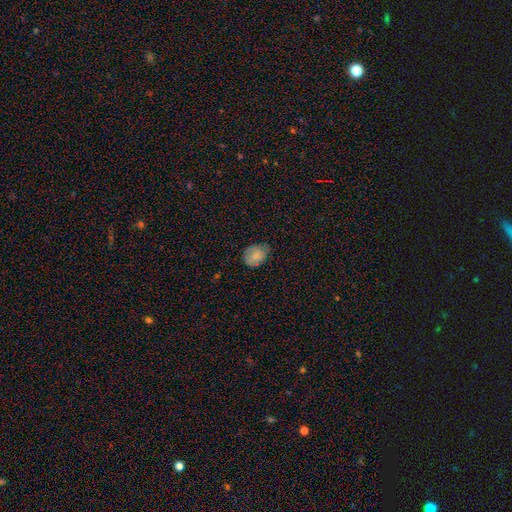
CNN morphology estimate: Smooth or featured: smooth — 79% (featured or disk — 12%)
How rounded: in between — 55% (round — 44%)
Merging: none — 62% (minor disturbance — 30%)